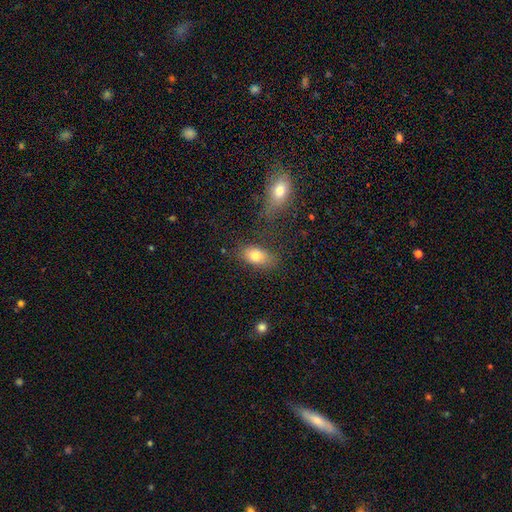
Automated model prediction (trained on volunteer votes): This is likely a smooth galaxy (78%). How rounded: clearly in between (86%). Merging: likely none (72%).